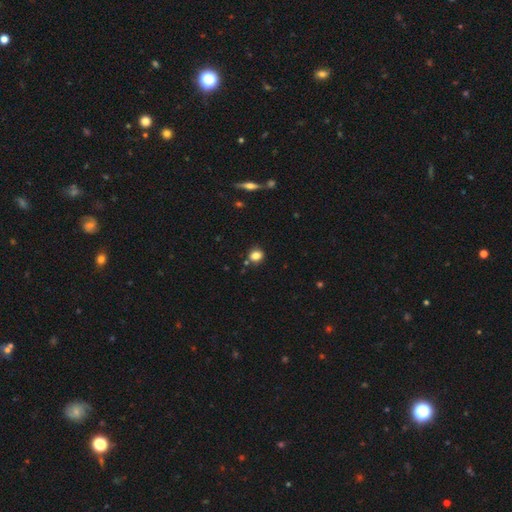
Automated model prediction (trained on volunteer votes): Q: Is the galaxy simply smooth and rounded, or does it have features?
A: smooth — 83%.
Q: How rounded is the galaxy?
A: round — 76%.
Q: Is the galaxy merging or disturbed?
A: none — 80%.